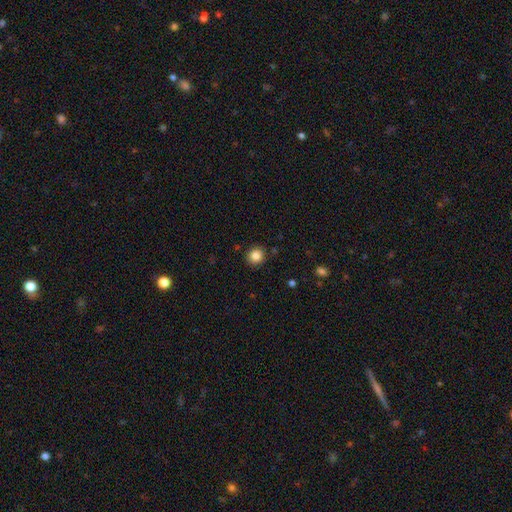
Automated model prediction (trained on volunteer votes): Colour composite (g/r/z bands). It shows a smooth galaxy with no disk features (85%) that is round (89%). Merging: none (90%).